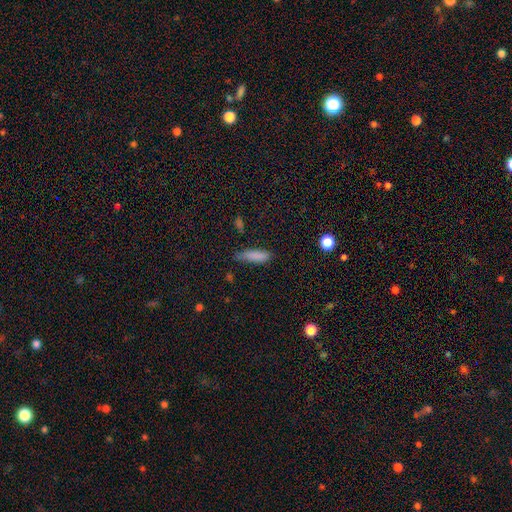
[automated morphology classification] smooth-or-featured: smooth: 84% | star or artifact: 9% | featured or disk: 7%
  how-rounded: cigar-shaped: 54% | in between: 44% | round: 2%
  merging: none: 67% | minor disturbance: 25% | major disturbance: 5% | merger: 3%